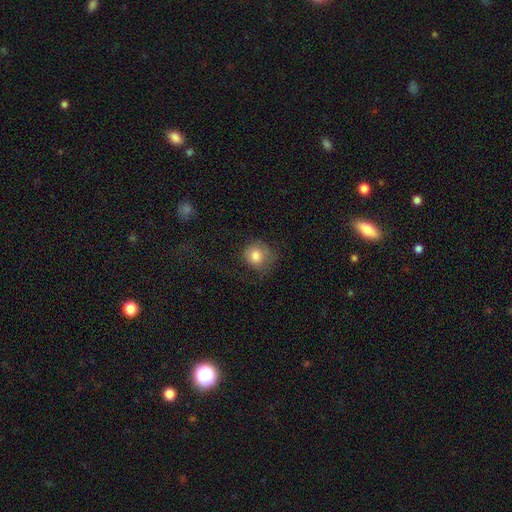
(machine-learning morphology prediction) Overall: smooth (79%). How rounded: round (79%). Merging: none (50%; minor disturbance 25%).